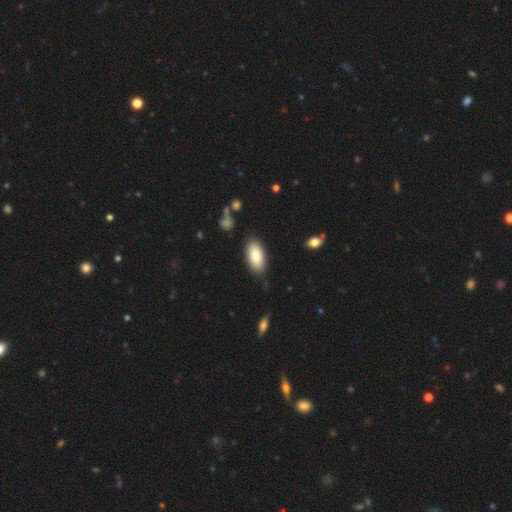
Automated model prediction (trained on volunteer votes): Smooth or featured? smooth (85%)
How rounded? in between (92%)
Merging? none (84%)